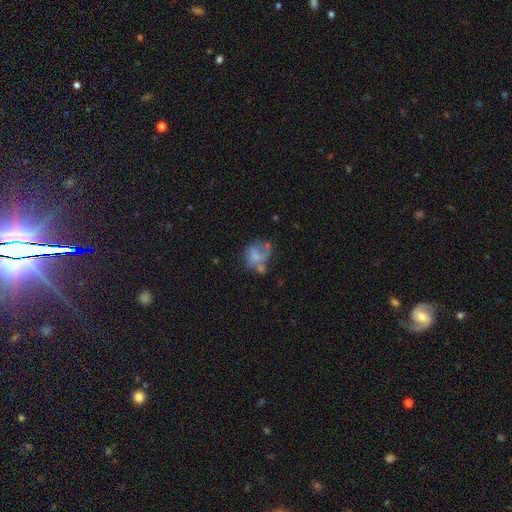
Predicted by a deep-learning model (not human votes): Overall: smooth (52%; featured or disk 35%). How rounded: in between (58%; round 40%). Merging: major disturbance (32%; none 28%).